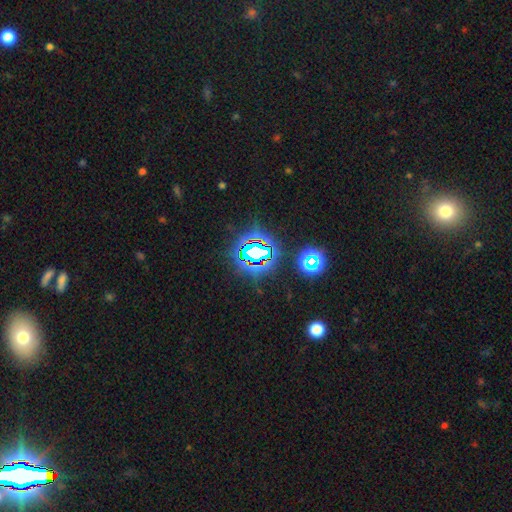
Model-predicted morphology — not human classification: A star or artifact, not a galaxy (73%).

Vote fractions:
- Smooth or featured? star or artifact: 73% / smooth: 14% / featured or disk: 13%